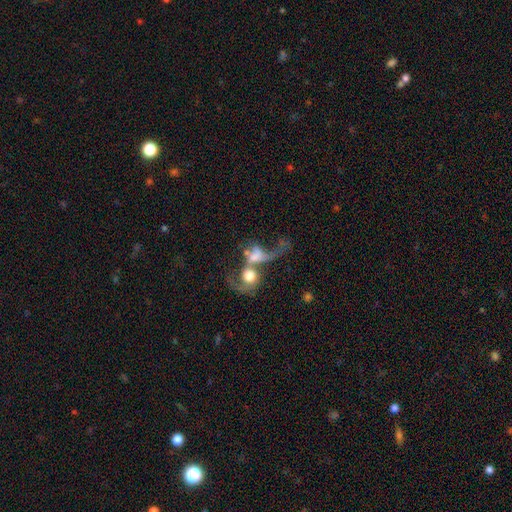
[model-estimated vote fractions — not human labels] Smooth or featured?
  - featured or disk: 53% *
  - smooth: 37%
  - star or artifact: 11%
Edge-on disk?
  - no: 95% *
  - yes: 5%
Bar?
  - no: 72% *
  - weak: 21%
  - strong: 7%
Spiral arms?
  - yes: 66% *
  - no: 34%
Bulge size?
  - large: 32% *
  - moderate: 31%
  - none: 14%
  - small: 12%
  - dominant: 12%
Merging?
  - merger: 70% *
  - major disturbance: 16%
  - none: 9%
  - minor disturbance: 5%